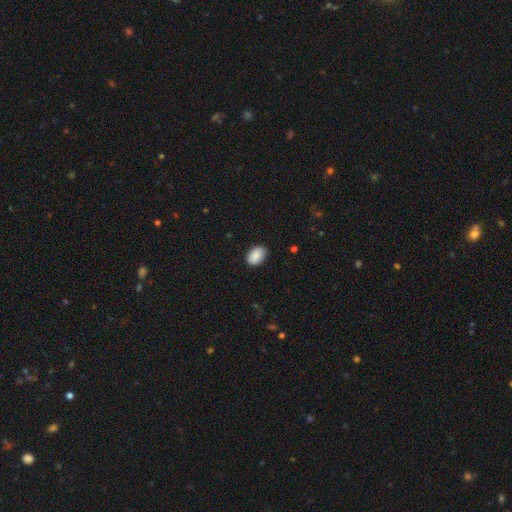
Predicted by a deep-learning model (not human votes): Overall: smooth (88%). How rounded: in between (88%). Merging: none (86%).